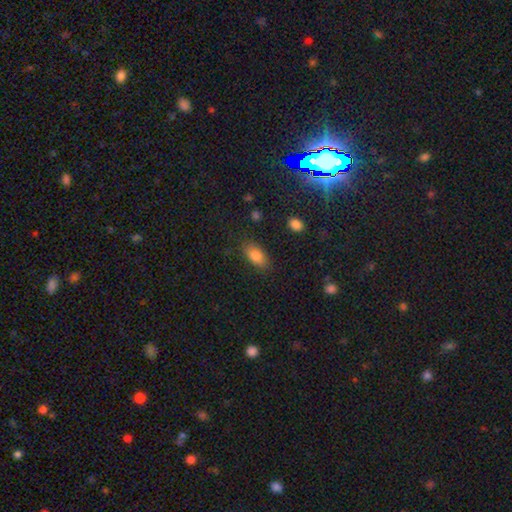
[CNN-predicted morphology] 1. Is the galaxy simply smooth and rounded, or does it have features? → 84% smooth, 9% star or artifact, 8% featured or disk.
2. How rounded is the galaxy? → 88% in between, 7% cigar-shaped, 4% round.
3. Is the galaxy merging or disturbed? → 82% none, 12% minor disturbance, 4% major disturbance, 2% merger.